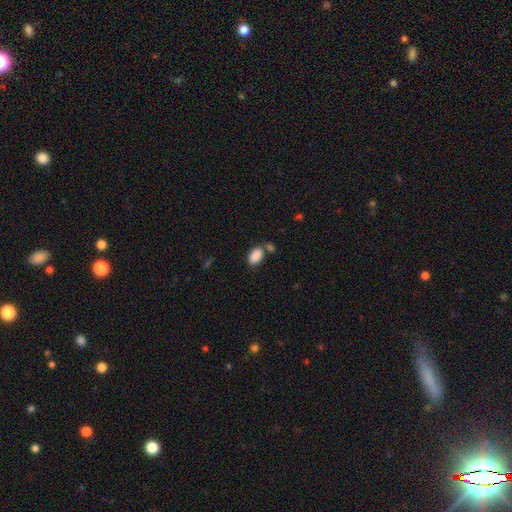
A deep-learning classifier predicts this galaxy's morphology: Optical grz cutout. It shows a smooth galaxy with no disk features (89%) that is in between round and cigar-shaped (91%). Merging: none (64%).